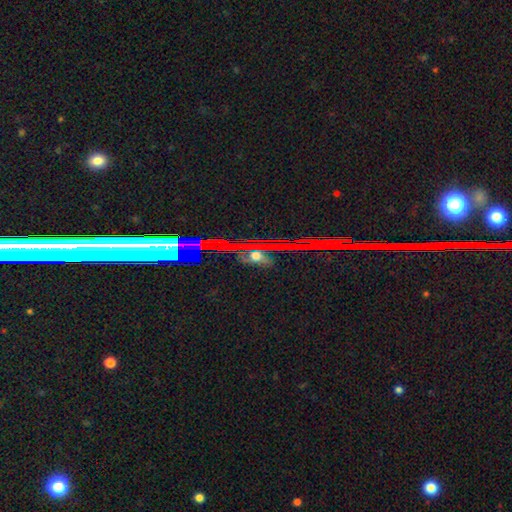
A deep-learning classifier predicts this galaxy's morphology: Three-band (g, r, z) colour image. It shows a star or artifact, not a galaxy (73%).